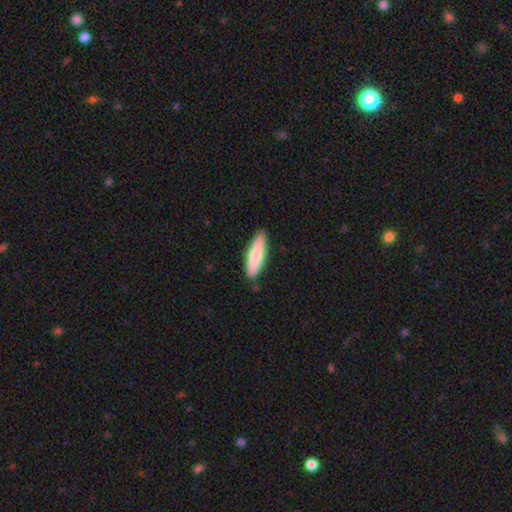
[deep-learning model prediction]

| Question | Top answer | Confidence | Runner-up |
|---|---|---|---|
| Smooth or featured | smooth | 75% | featured or disk (19%) |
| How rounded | cigar-shaped | 68% | in between (31%) |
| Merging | none | 86% | minor disturbance (11%) |